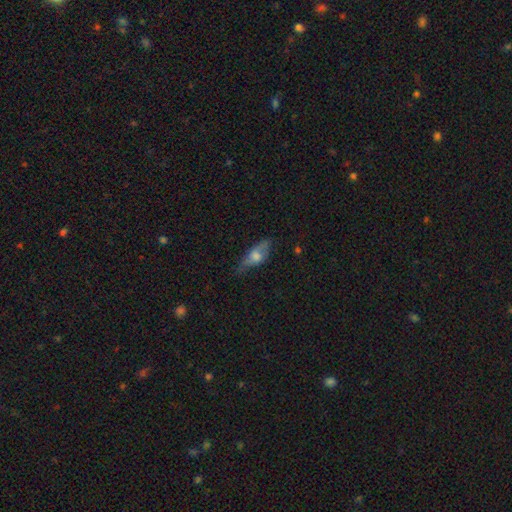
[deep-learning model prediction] smooth_or_featured: smooth (p=0.54) [alt: featured or disk p=0.38]
how_rounded: in between (p=0.68) [alt: cigar-shaped p=0.27]
merging: none (p=0.55) [alt: minor disturbance p=0.31]